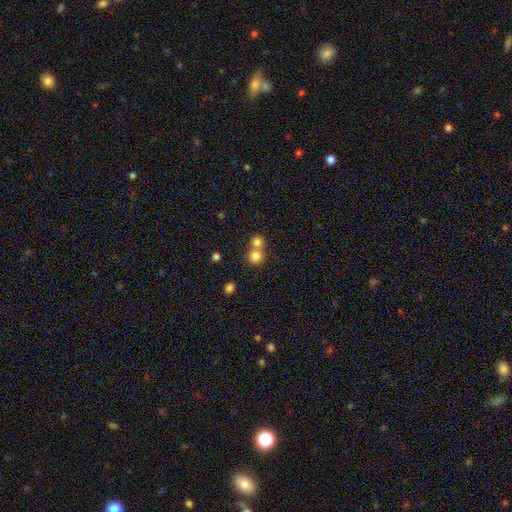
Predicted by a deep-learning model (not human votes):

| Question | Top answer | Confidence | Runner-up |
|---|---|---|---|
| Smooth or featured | smooth | 79% | star or artifact (12%) |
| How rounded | round | 90% | in between (9%) |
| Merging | merger | 50% | none (43%) |